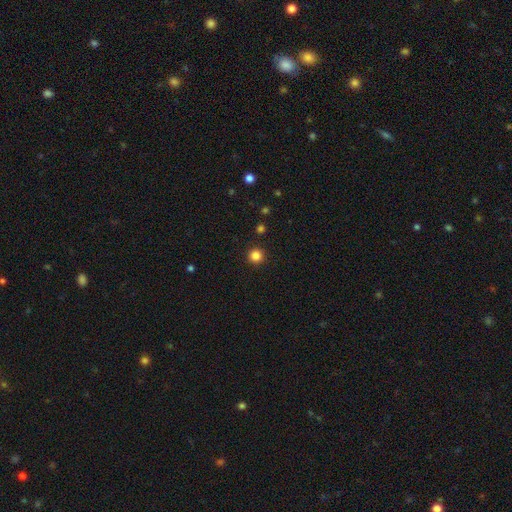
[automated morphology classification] The model was most divided on "smooth or featured": smooth: 84%, star or artifact: 12%, featured or disk: 4%. More confident: how rounded — round (96%); merging — none (93%).